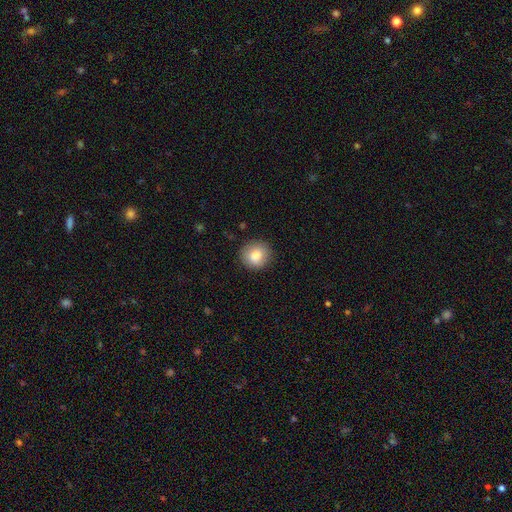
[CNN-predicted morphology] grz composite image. It shows a smooth galaxy with no disk features (85%) that is round (87%). Merging: none (87%).